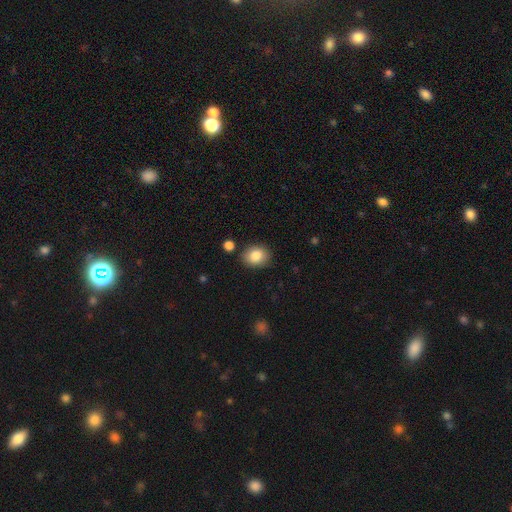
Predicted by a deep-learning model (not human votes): Q: Smooth or featured?
A: smooth (85%); runner-up: star or artifact (8%)
Q: How rounded?
A: round (52%); runner-up: in between (48%)
Q: Merging?
A: none (84%); runner-up: minor disturbance (10%)